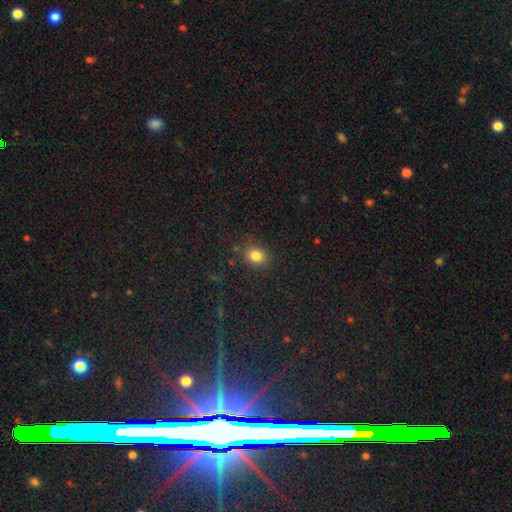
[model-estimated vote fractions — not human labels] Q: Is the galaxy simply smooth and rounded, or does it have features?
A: smooth — 82%.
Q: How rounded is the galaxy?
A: round — 61%.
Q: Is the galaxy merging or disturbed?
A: none — 83%.